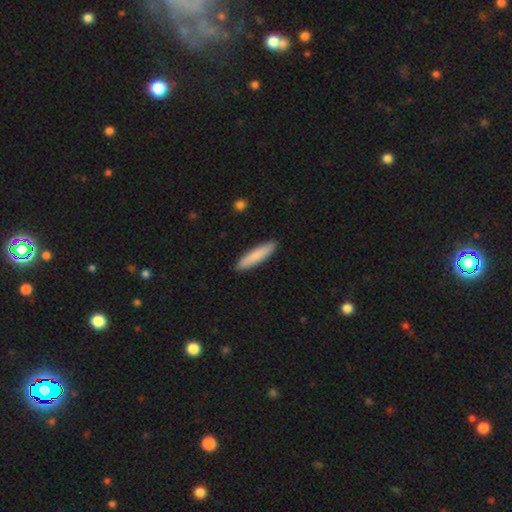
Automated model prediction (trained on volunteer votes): smooth 83%, featured or disk 11%, star or artifact 5%. Down the decision tree: how rounded — cigar-shaped (83%); merging — none (91%).